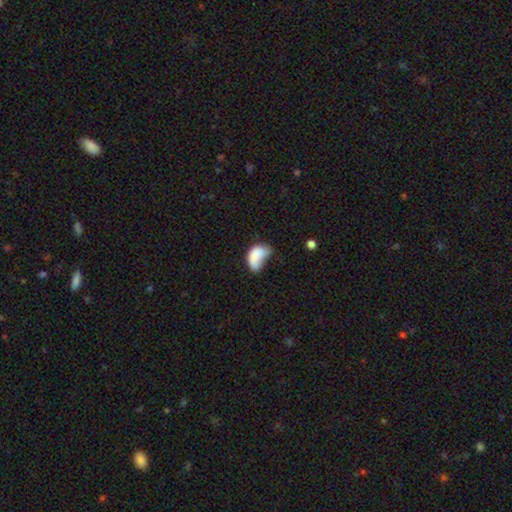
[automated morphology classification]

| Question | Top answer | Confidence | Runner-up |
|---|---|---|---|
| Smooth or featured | smooth | 76% | featured or disk (16%) |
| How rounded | in between | 91% | round (7%) |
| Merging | major disturbance | 36% | minor disturbance (32%) |